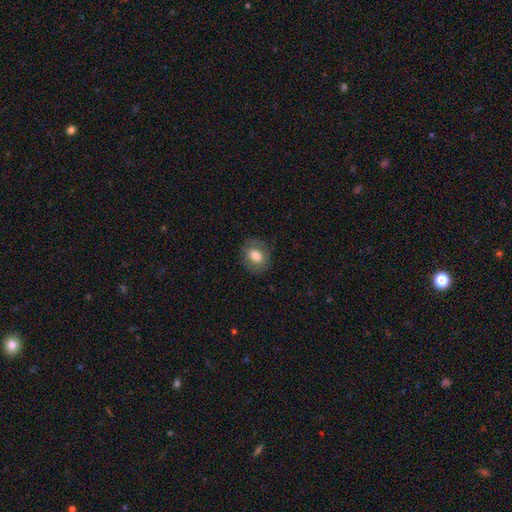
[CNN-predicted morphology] Smooth or featured?
  - smooth: 75% *
  - featured or disk: 18%
  - star or artifact: 8%
How rounded?
  - in between: 53% *
  - round: 46%
  - cigar-shaped: 1%
Merging?
  - none: 82% *
  - minor disturbance: 13%
  - major disturbance: 5%
  - merger: 1%